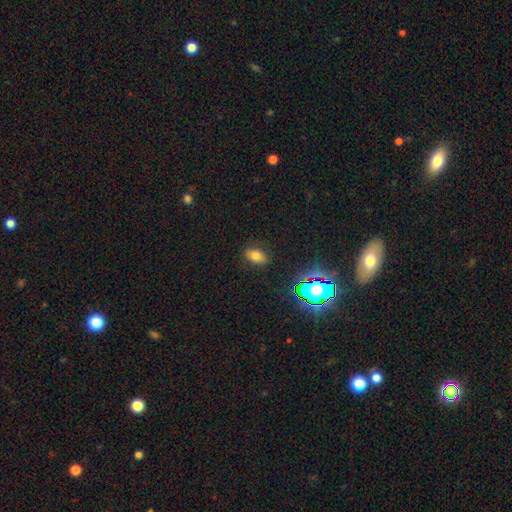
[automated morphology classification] Smooth or featured? smooth (71%)
How rounded? in between (87%)
Merging? none (85%)